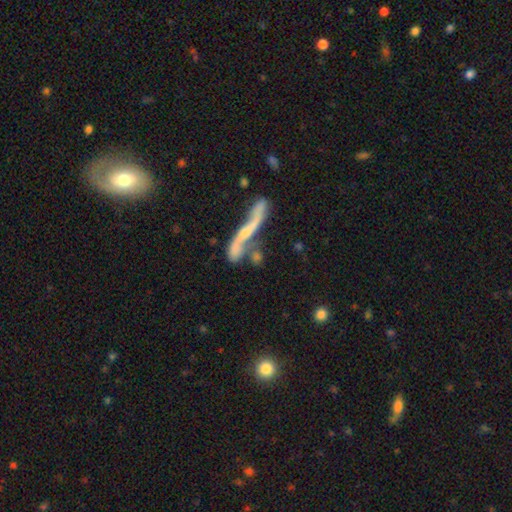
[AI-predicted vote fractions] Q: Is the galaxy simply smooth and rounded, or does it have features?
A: featured or disk — 56%.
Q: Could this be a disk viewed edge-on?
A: no — 64%.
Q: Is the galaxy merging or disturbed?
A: merger — 36%.